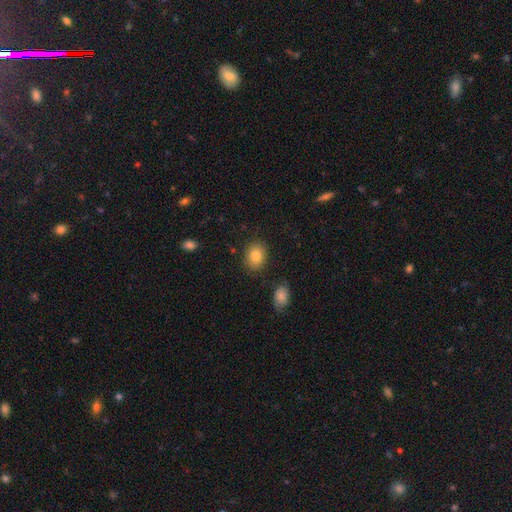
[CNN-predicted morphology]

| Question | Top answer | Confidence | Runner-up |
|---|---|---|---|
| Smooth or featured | smooth | 84% | star or artifact (9%) |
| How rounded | in between | 53% | round (46%) |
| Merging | none | 84% | minor disturbance (11%) |